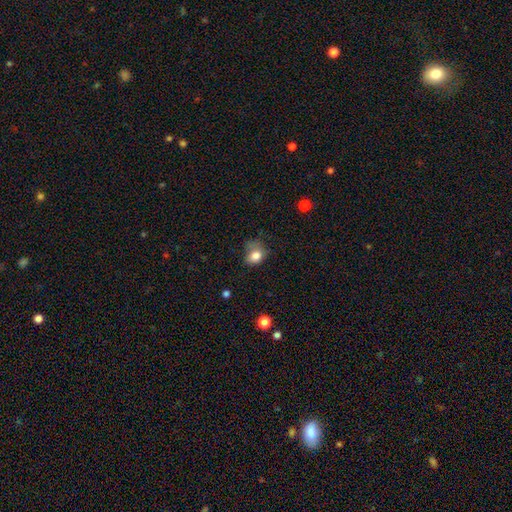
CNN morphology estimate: This appears to be a smooth galaxy with no disk features (80%) that is round (50%). Merging: none (39%).